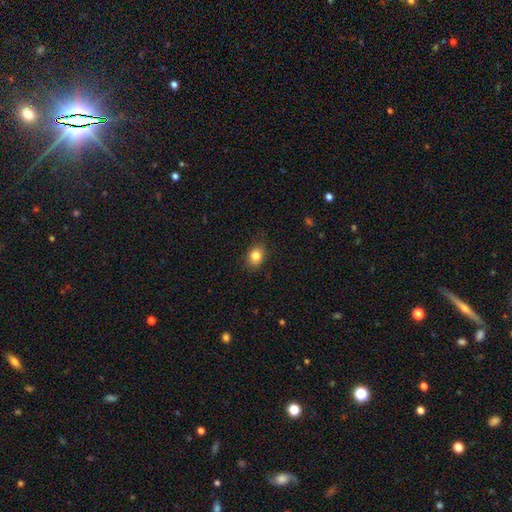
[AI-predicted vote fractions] This appears to be a smooth galaxy with no disk features (83%) that is in between round and cigar-shaped (50%). Merging: none (83%).